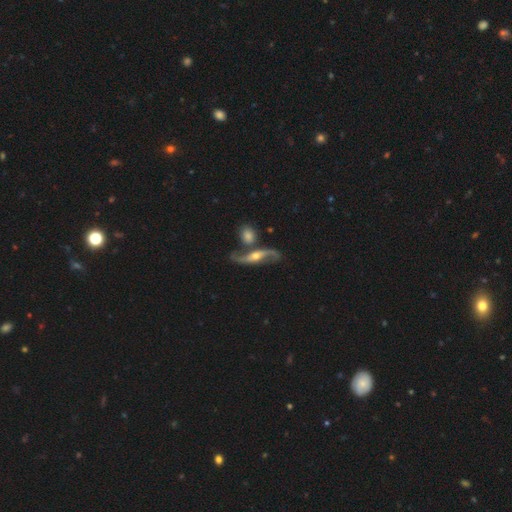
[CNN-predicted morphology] This is clearly a featured or disk galaxy (87%). It is clearly not viewed edge-on (87%). Bar: marginally no (43%). Spiral arm pattern: clearly yes (95%). Spiral arm count: clearly 2 (92%). Spiral winding: likely loose (78%). Central bulge: likely moderate (60%). Merging: possibly none (59%).